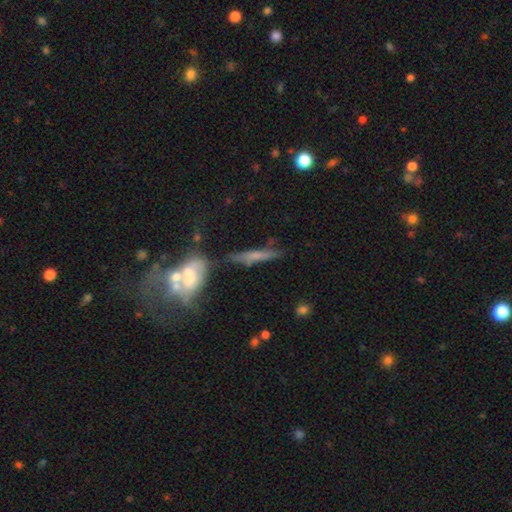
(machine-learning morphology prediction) smooth_or_featured: smooth (p=0.53) [alt: featured or disk p=0.37]
how_rounded: cigar-shaped (p=0.83) [alt: in between p=0.13]
merging: none (p=0.60) [alt: minor disturbance p=0.19]